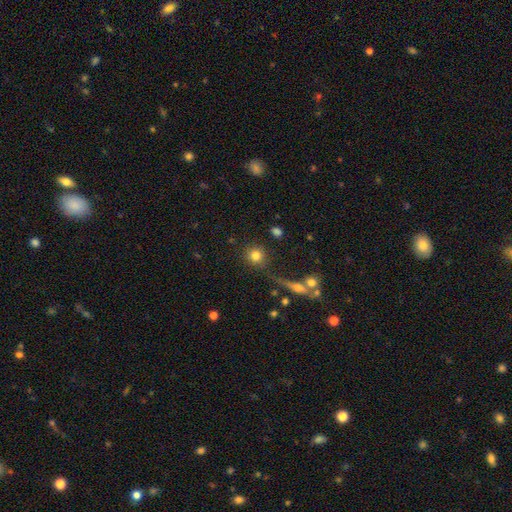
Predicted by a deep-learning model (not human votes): A smooth galaxy with no disk features (79%) that is round (92%).

Vote fractions:
- Smooth or featured? smooth: 79% / star or artifact: 11% / featured or disk: 9%
- How rounded? round: 92% / in between: 7% / cigar-shaped: 2%
- Merging? none: 79% / minor disturbance: 9% / merger: 7% / major disturbance: 4%